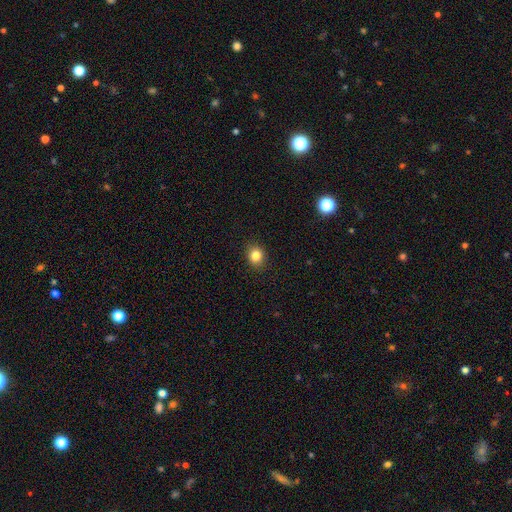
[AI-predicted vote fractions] Smooth or featured? smooth (83%)
How rounded? round (66%)
Merging? none (90%)